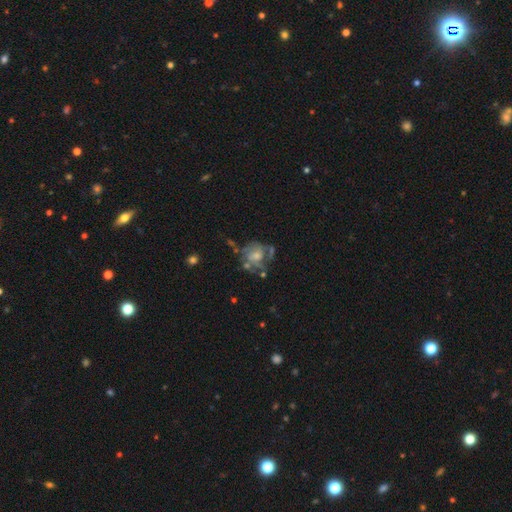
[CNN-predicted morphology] A featured or disk galaxy (62%) with no bar (71%), spiral arms (50%, tied with no) and a moderate central bulge (48%). Merging: none (41%).